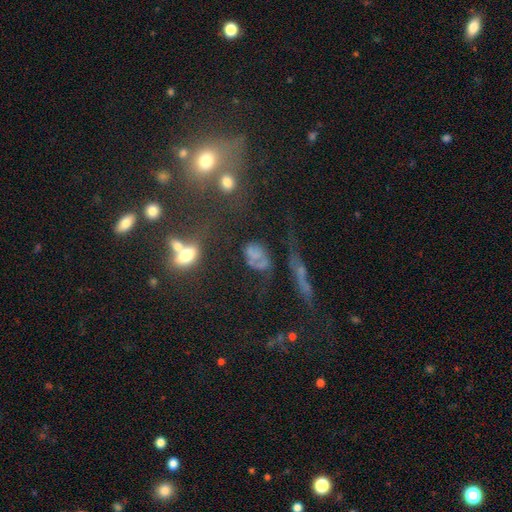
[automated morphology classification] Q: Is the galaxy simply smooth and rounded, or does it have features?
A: smooth — 45%.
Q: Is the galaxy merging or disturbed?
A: none — 41%.